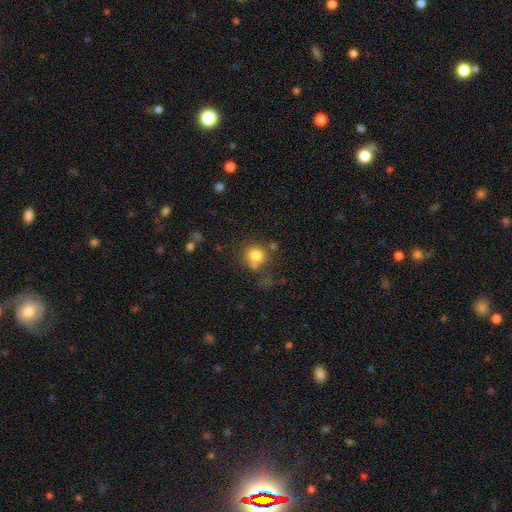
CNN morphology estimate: Smooth or featured? Predicted: smooth (p=0.80). How rounded? Predicted: round (p=0.84). Merging? Predicted: none (p=0.63).